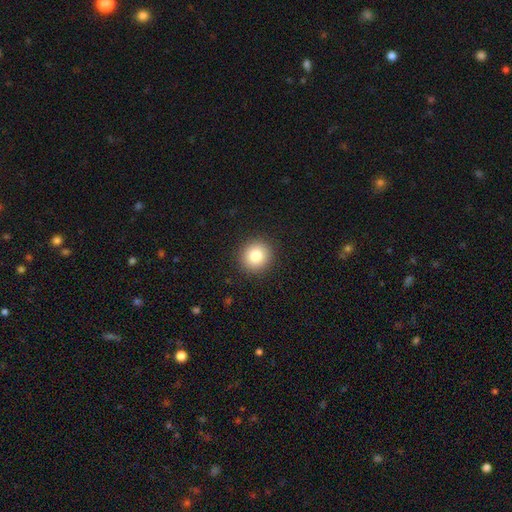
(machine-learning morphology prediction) Smooth or featured?
  - smooth: 82% *
  - star or artifact: 10%
  - featured or disk: 8%
How rounded?
  - round: 90% *
  - in between: 9%
  - cigar-shaped: 1%
Merging?
  - none: 92% *
  - minor disturbance: 5%
  - major disturbance: 2%
  - merger: 1%